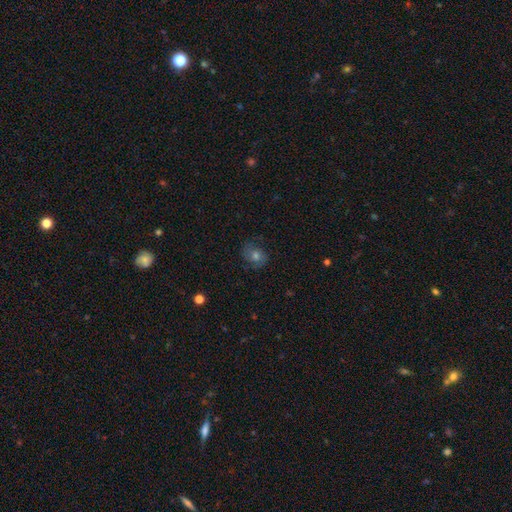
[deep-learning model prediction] This appears to be a smooth galaxy with no disk features (43%). Merging: none (76%).